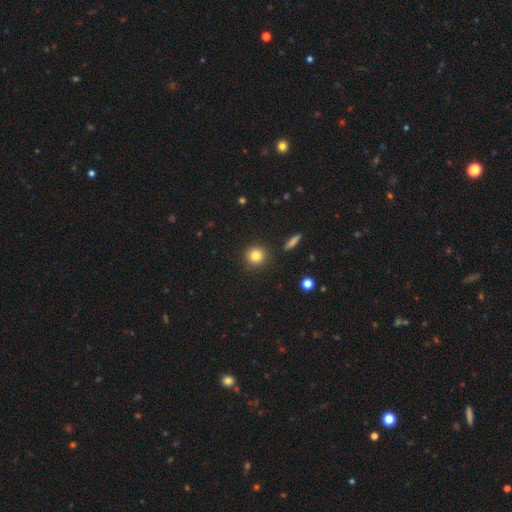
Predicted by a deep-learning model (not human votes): Overall: smooth (83%). How rounded: round (91%). Merging: none (90%).